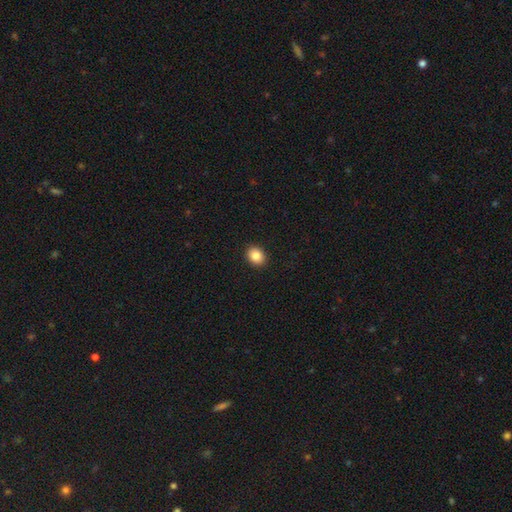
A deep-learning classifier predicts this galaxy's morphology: Smooth or featured?
  - smooth: 86% *
  - star or artifact: 9%
  - featured or disk: 5%
How rounded?
  - round: 53% *
  - in between: 47%
  - cigar-shaped: 1%
Merging?
  - none: 92% *
  - minor disturbance: 6%
  - major disturbance: 2%
  - merger: 1%